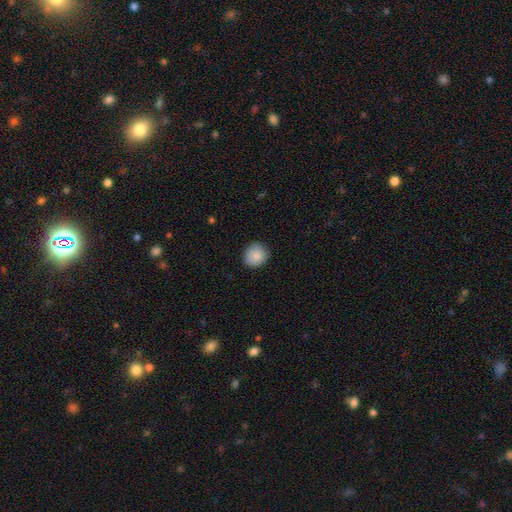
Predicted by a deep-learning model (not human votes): Smooth or featured: smooth — 87% (star or artifact — 8%)
How rounded: round — 80% (in between — 19%)
Merging: none — 86% (minor disturbance — 11%)